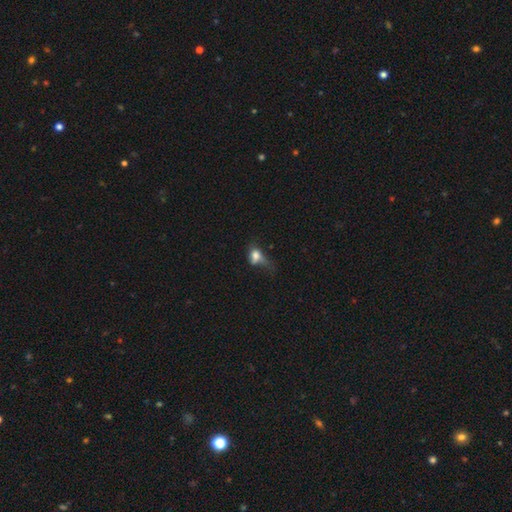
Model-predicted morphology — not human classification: Smooth or featured: smooth — 69% (featured or disk — 19%)
How rounded: in between — 64% (round — 31%)
Merging: major disturbance — 49% (minor disturbance — 23%)